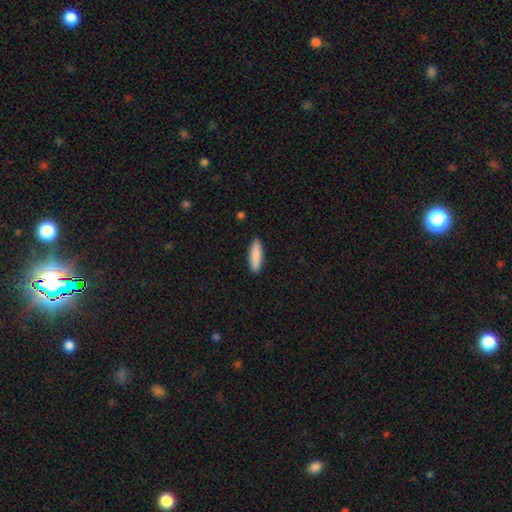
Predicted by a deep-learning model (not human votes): This is clearly a smooth galaxy (87%). How rounded: possibly cigar-shaped (60%). Merging: clearly none (89%).